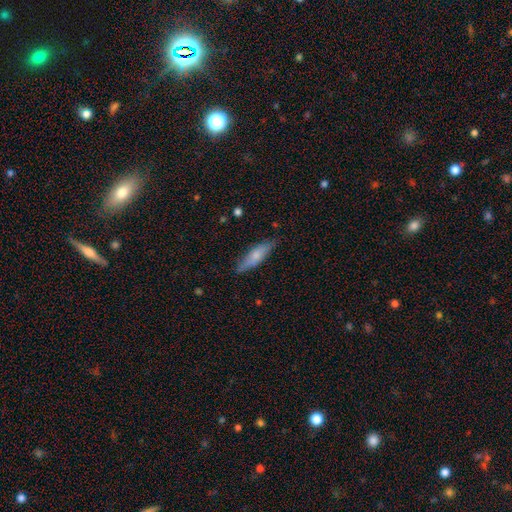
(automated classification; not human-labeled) smooth_or_featured: smooth (p=0.65) [alt: featured or disk p=0.29]
how_rounded: cigar-shaped (p=0.62) [alt: in between p=0.36]
merging: none (p=0.81) [alt: minor disturbance p=0.15]